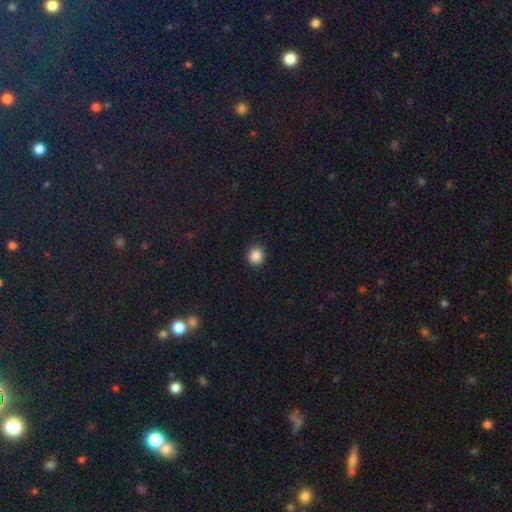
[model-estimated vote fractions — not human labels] smooth-or-featured: smooth: 87% | star or artifact: 10% | featured or disk: 3%
  how-rounded: round: 89% | in between: 11% | cigar-shaped: 1%
  merging: none: 91% | minor disturbance: 6% | major disturbance: 2% | merger: 1%